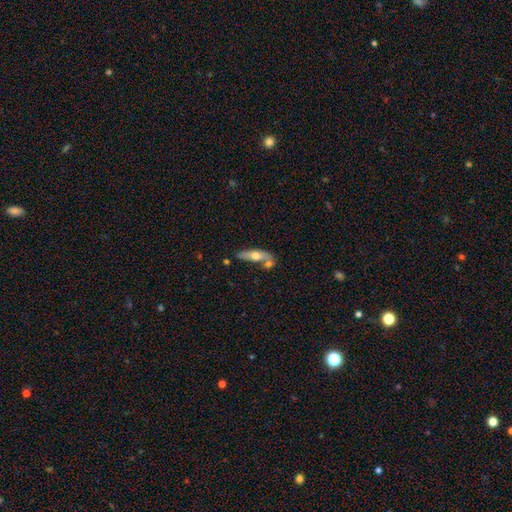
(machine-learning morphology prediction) Smooth or featured: smooth — 53% (featured or disk — 41%)
How rounded: cigar-shaped — 55% (in between — 42%)
Merging: none — 54% (merger — 25%)